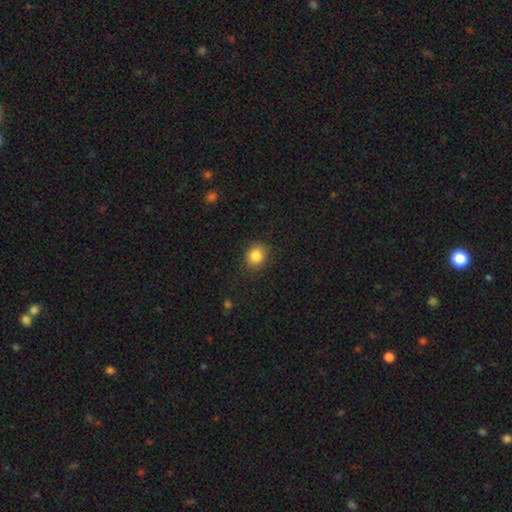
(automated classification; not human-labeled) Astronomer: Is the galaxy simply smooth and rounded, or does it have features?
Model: smooth — 85%.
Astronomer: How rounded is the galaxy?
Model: round — 77%.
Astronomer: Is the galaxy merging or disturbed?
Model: none — 85%.